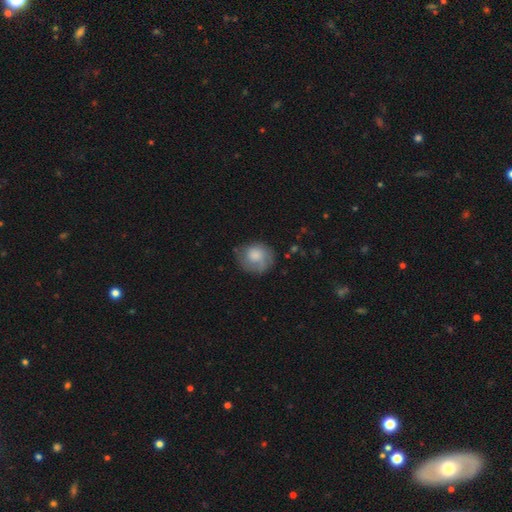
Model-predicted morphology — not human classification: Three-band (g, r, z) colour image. It shows a smooth galaxy with no disk features (69%) that is round (79%). Merging: none (60%).